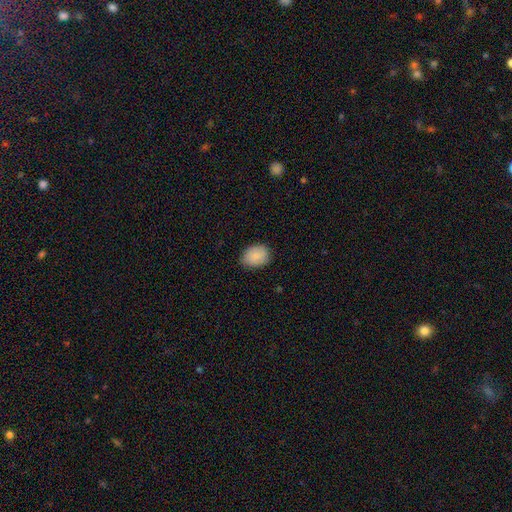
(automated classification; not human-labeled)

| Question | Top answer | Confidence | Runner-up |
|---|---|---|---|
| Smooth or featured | smooth | 89% | star or artifact (7%) |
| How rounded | in between | 64% | round (35%) |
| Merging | none | 82% | minor disturbance (14%) |